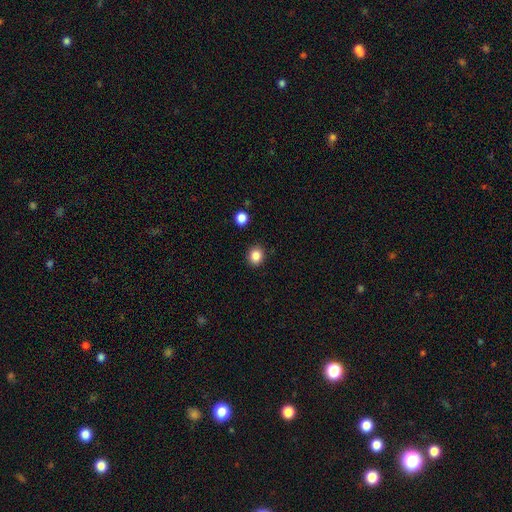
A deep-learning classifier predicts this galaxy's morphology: Smooth or featured? smooth (85%)
How rounded? round (80%)
Merging? none (90%)